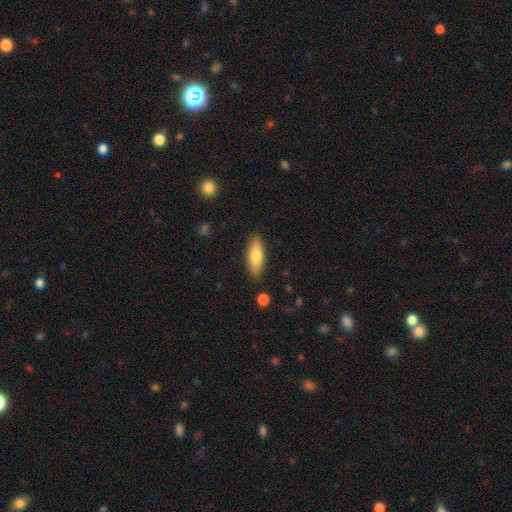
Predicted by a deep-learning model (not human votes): Smooth or featured?
  - smooth: 74% *
  - featured or disk: 20%
  - star or artifact: 6%
How rounded?
  - in between: 63% *
  - cigar-shaped: 35%
  - round: 2%
Merging?
  - none: 88% *
  - minor disturbance: 9%
  - major disturbance: 2%
  - merger: 2%